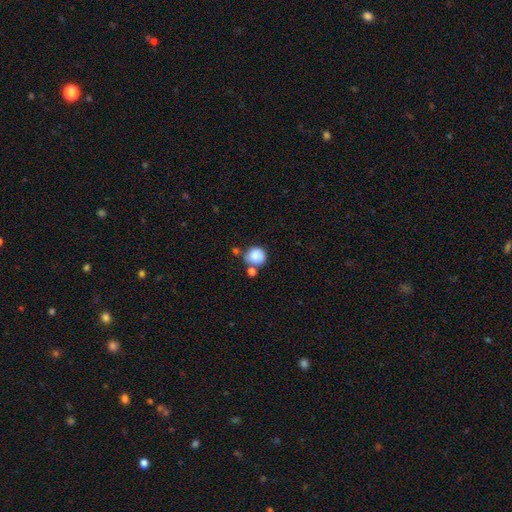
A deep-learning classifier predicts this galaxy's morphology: Smooth or featured? Predicted: smooth (p=0.83). How rounded? Predicted: round (p=0.86). Merging? Predicted: none (p=0.54).